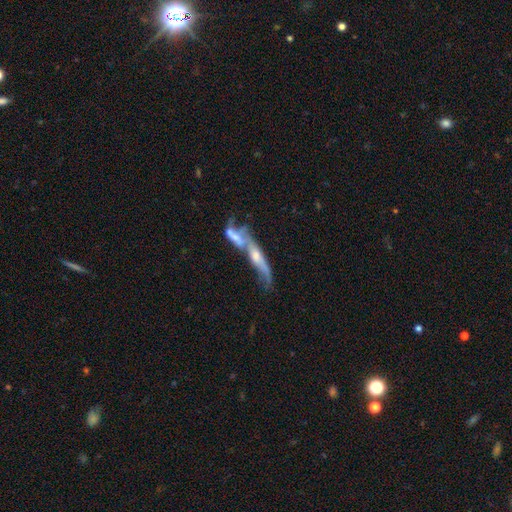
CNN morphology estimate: Overall: featured or disk (64%; smooth 25%). Edge-on disk: yes (66%; no 34%). Merging: merger (52%; none 24%).